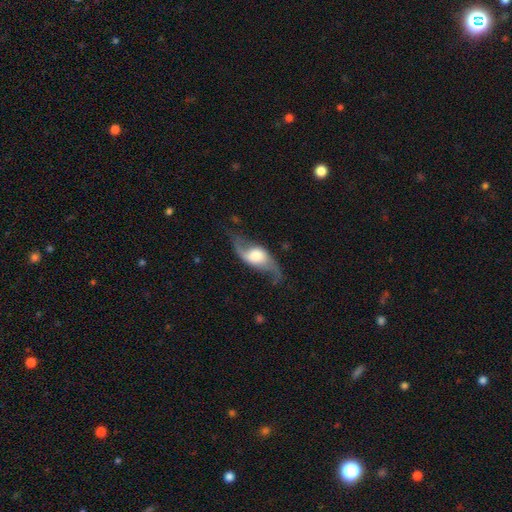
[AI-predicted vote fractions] Overall: featured or disk (79%). Edge-on disk: no (89%). Bar: no (57%; weak 32%). Spiral arms: yes (94%). Spiral arm count: 2 (93%). Spiral winding: loose (81%). Bulge size: large (45%; moderate 26%). Merging: none (64%).